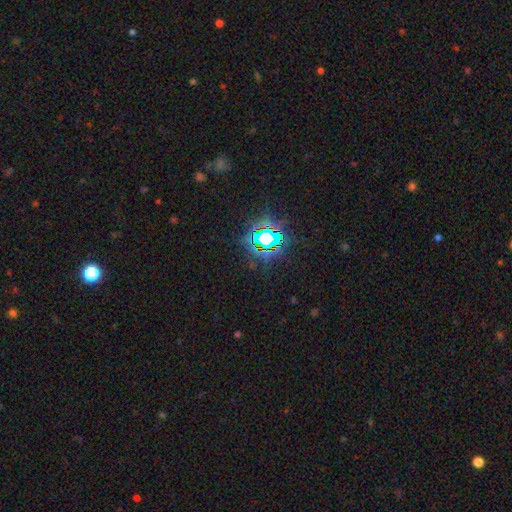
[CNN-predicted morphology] Smooth or featured? Predicted: star or artifact (p=0.81).